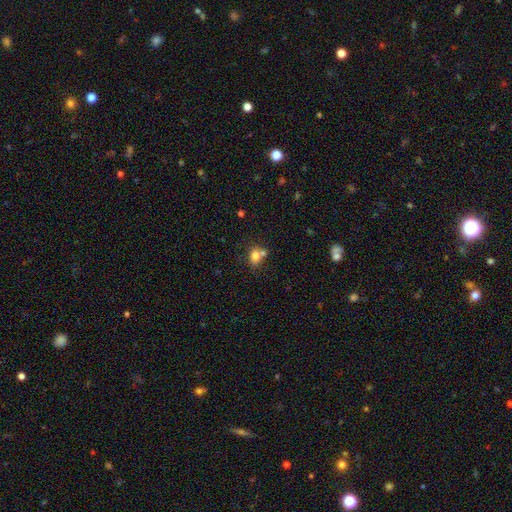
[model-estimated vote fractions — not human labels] The model was most divided on "merging": none: 45%, merger: 39%, minor disturbance: 12%, major disturbance: 4%. More confident: smooth or featured — smooth (77%); how rounded — in between (56%).